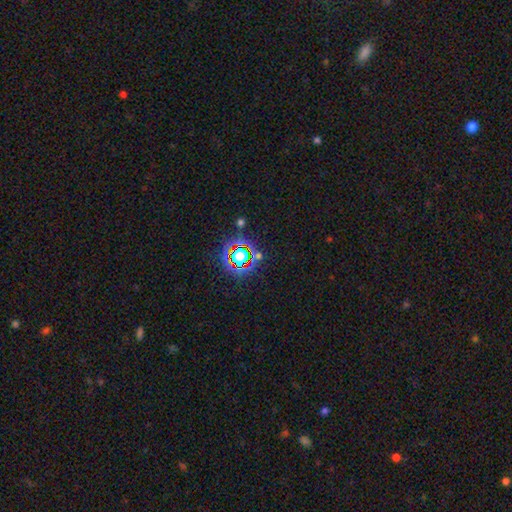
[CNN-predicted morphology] The model was most divided on "smooth or featured": star or artifact: 76%, smooth: 14%, featured or disk: 10%.